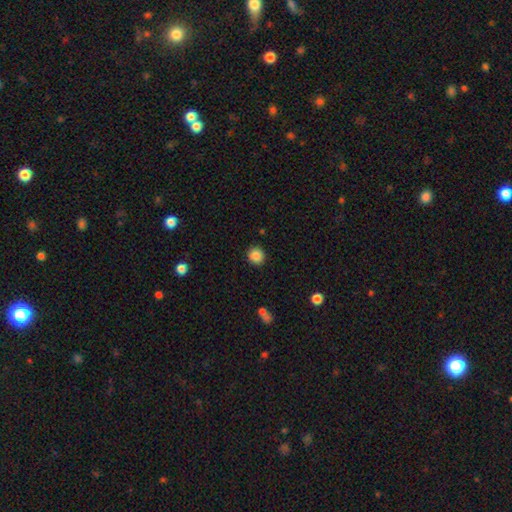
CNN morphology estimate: smooth-or-featured: smooth: 87% | star or artifact: 10% | featured or disk: 4%
  how-rounded: round: 90% | in between: 9% | cigar-shaped: 1%
  merging: none: 91% | minor disturbance: 6% | major disturbance: 2% | merger: 2%